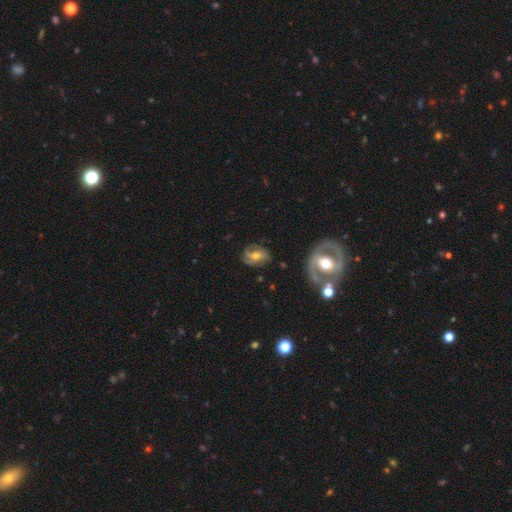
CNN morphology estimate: smooth-or-featured: featured or disk: 63% | smooth: 28% | star or artifact: 8%
  disk-edge-on: no: 95% | yes: 5%
    bar: no: 51% | weak: 35% | strong: 14%
    has-spiral-arms: yes: 81% | no: 19%
    bulge-size: moderate: 64% | small: 29% | large: 4% | none: 2% | dominant: 1%
  merging: none: 66% | minor disturbance: 22% | major disturbance: 10% | merger: 2%